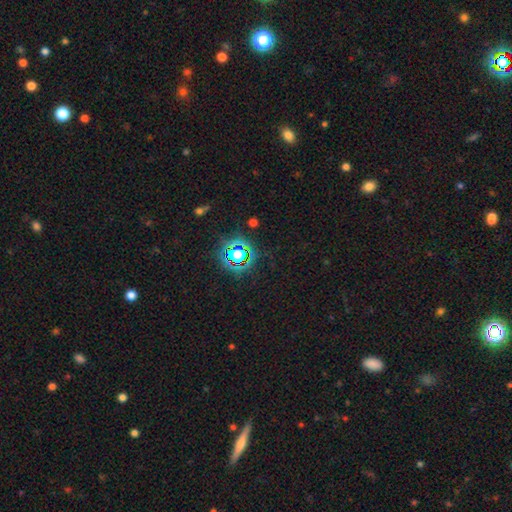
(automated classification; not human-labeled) The model was most divided on "smooth or featured": star or artifact: 79%, smooth: 13%, featured or disk: 8%.